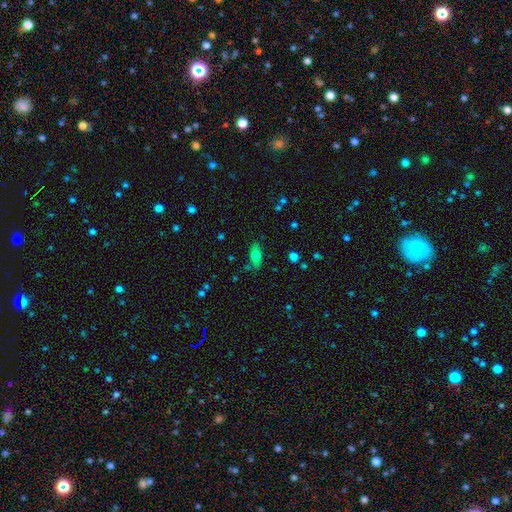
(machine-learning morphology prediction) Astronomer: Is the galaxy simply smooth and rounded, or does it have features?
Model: smooth — 74%.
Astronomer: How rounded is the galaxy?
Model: in between — 82%.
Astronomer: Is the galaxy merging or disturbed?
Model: none — 75%.